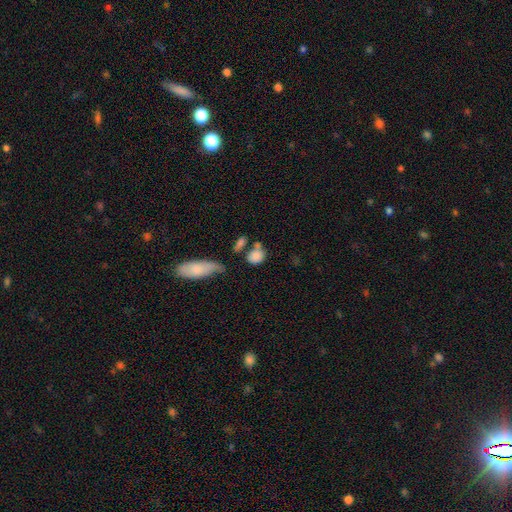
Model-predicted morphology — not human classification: Smooth or featured? Predicted: smooth (p=0.83). How rounded? Predicted: round (p=0.56). Merging? Predicted: none (p=0.49).